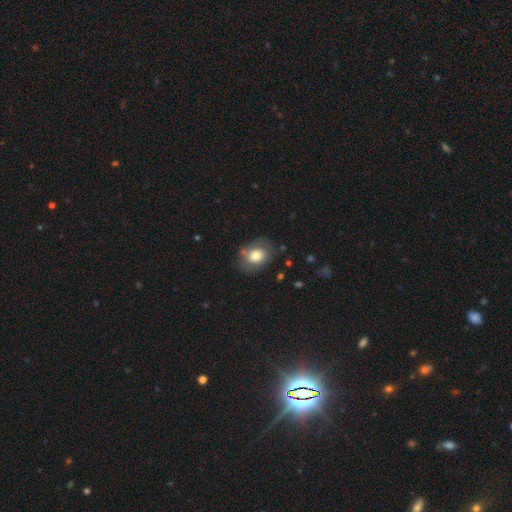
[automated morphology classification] Smooth or featured? smooth (70%)
How rounded? in between (54%)
Merging? none (70%)